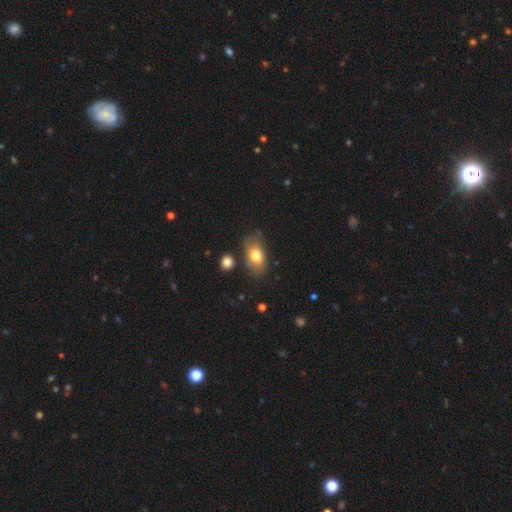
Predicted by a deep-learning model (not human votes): This is likely a smooth galaxy (76%). How rounded: clearly in between (85%). Merging: likely none (72%).